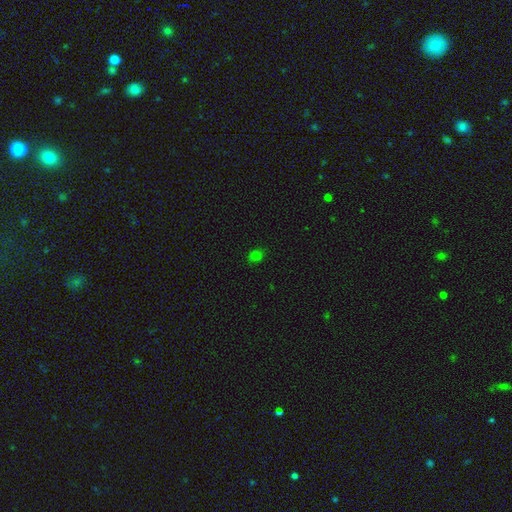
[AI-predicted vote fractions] Q: Smooth or featured?
A: smooth (74%); runner-up: star or artifact (21%)
Q: How rounded?
A: round (67%); runner-up: in between (32%)
Q: Merging?
A: none (85%); runner-up: minor disturbance (11%)